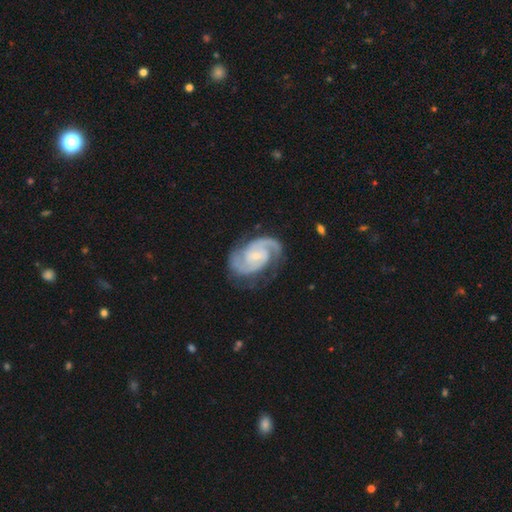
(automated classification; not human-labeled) The model was most divided on "spiral winding": medium: 50%, tight: 41%, loose: 9%. Remaining: spiral arms — yes (98%); edge-on disk — no (98%); smooth or featured — featured or disk (91%); spiral arm count — 2 (89%); merging — none (75%); bulge size — small (61%); bar — weak (49%).